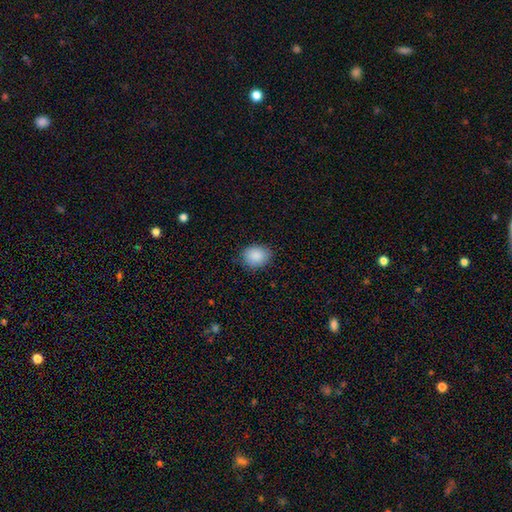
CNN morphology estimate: Q: Smooth or featured?
A: smooth (89%); runner-up: star or artifact (7%)
Q: How rounded?
A: round (57%); runner-up: in between (42%)
Q: Merging?
A: none (84%); runner-up: minor disturbance (12%)